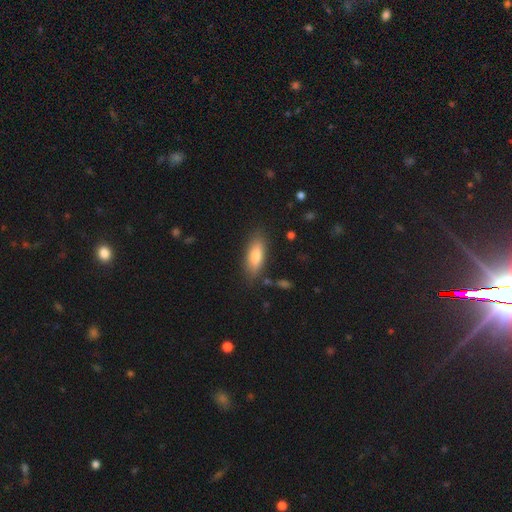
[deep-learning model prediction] smooth_or_featured: smooth (p=0.78) [alt: featured or disk p=0.16]
how_rounded: in between (p=0.69) [alt: cigar-shaped p=0.28]
merging: none (p=0.83) [alt: minor disturbance p=0.12]